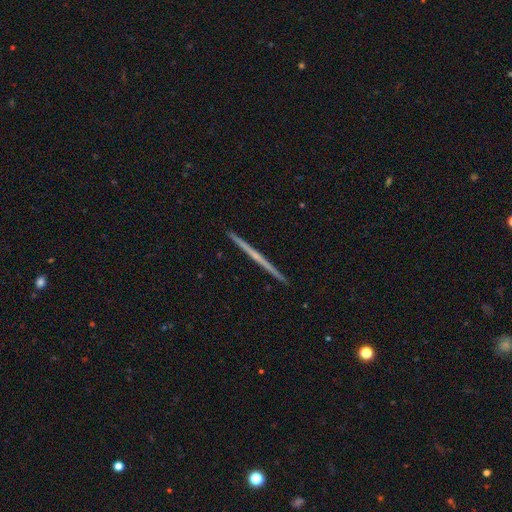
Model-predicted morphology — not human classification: The model was most divided on "smooth or featured": featured or disk: 67%, smooth: 28%, star or artifact: 5%. More confident: edge-on disk — yes (98%); merging — none (94%); edge-on bulge — none (78%).